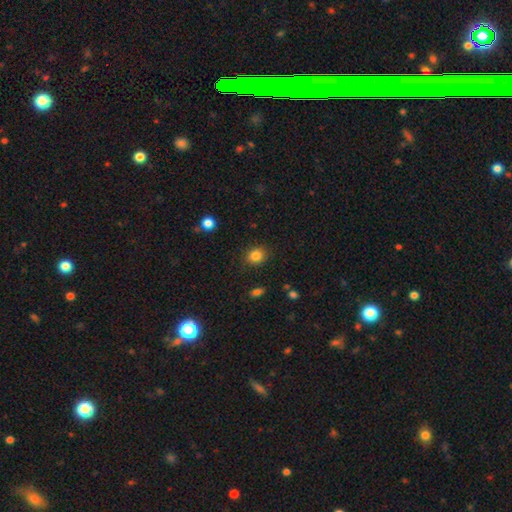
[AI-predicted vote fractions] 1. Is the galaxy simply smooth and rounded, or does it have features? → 84% smooth, 11% star or artifact, 5% featured or disk.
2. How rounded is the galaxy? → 68% round, 31% in between, 1% cigar-shaped.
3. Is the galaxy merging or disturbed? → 86% none, 10% minor disturbance, 3% major disturbance, 1% merger.